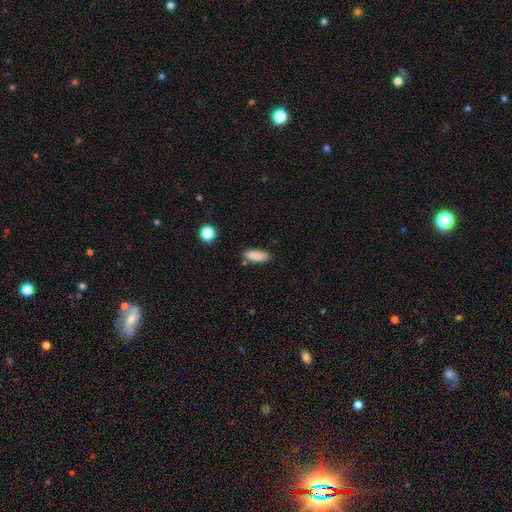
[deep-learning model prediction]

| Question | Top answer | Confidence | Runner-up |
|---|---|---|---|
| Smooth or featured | smooth | 87% | star or artifact (7%) |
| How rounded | in between | 61% | cigar-shaped (37%) |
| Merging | none | 84% | minor disturbance (11%) |